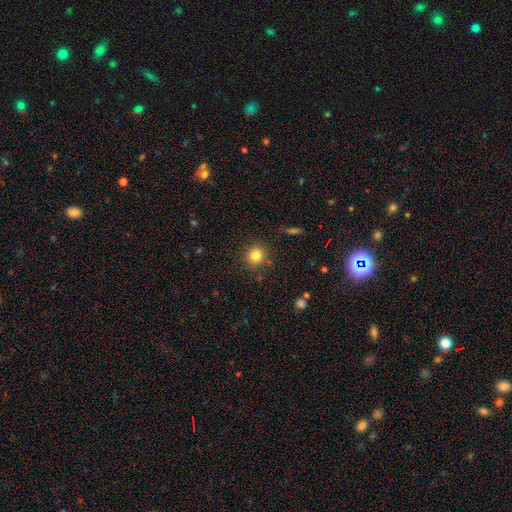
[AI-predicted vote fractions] The model was most divided on "smooth or featured": smooth: 82%, star or artifact: 12%, featured or disk: 6%. More confident: how rounded — round (88%); merging — none (88%).